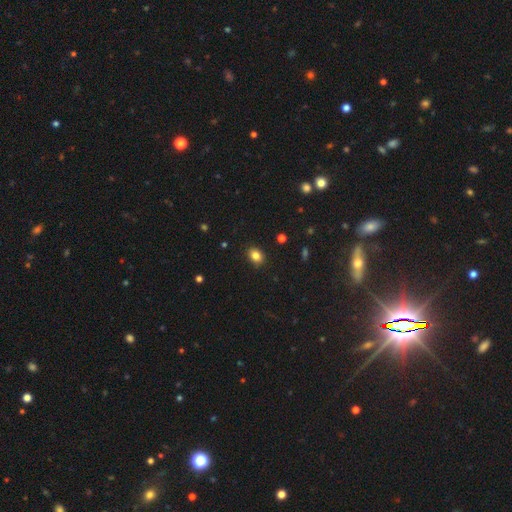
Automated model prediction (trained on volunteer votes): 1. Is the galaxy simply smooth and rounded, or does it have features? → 83% smooth, 11% star or artifact, 6% featured or disk.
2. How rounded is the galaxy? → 59% in between, 40% round, 1% cigar-shaped.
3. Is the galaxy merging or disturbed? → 89% none, 8% minor disturbance, 2% major disturbance, 1% merger.